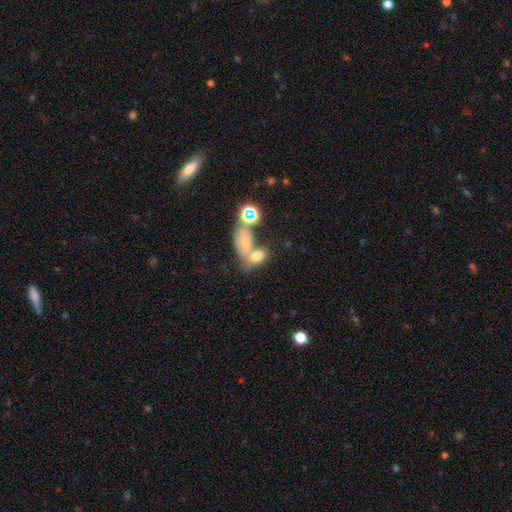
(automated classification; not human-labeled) Overall: smooth (66%). How rounded: in between (83%). Merging: merger (51%; none 32%).